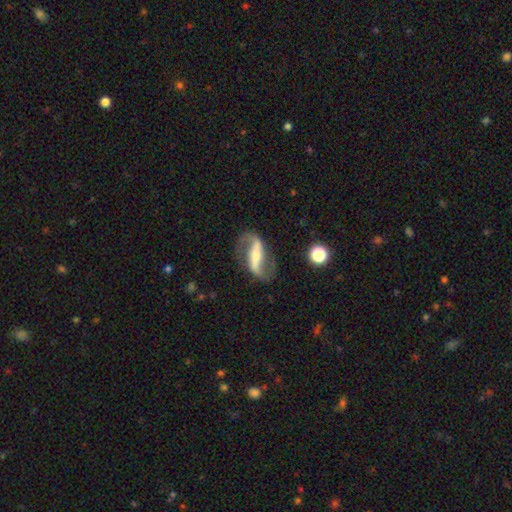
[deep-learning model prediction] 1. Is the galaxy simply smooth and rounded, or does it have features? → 85% featured or disk, 10% smooth, 5% star or artifact.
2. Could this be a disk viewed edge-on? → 91% no, 9% yes.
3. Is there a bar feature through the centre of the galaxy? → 66% strong, 19% weak, 14% no.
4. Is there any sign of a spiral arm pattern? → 93% yes, 7% no.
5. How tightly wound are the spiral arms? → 63% loose, 28% medium, 9% tight.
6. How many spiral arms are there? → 92% 2, 3% 1, 3% can't tell, 1% 3, 1% 4, 1% more than 4.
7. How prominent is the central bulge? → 45% small, 35% moderate, 9% none, 8% large, 3% dominant.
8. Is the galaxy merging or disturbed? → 76% none, 13% minor disturbance, 9% major disturbance, 2% merger.